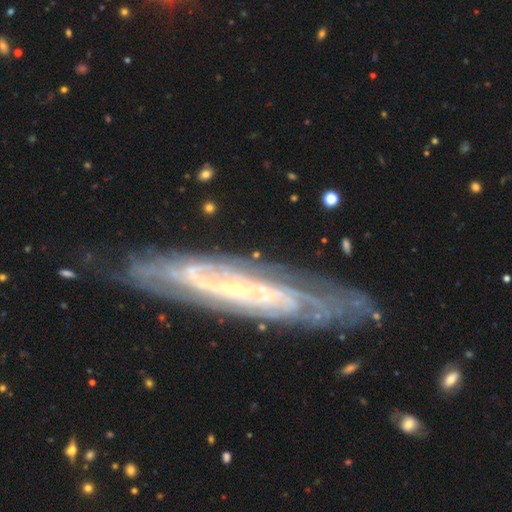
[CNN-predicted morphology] type=featured or disk (86%); edge-on=no (74%); bar=no (54%); spiral arms=yes (93%); winding=tight (68%); arm count=can't tell (43%); bulge=small (69%); merging=none (73%).